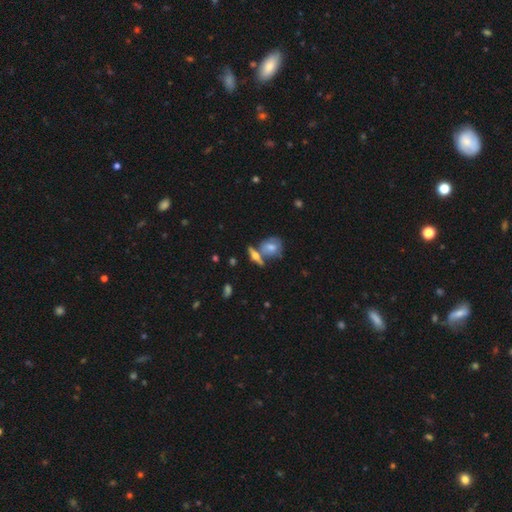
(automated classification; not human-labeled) Morphology: type=featured or disk (54%); edge-on=yes (83%); merging=none (58%).